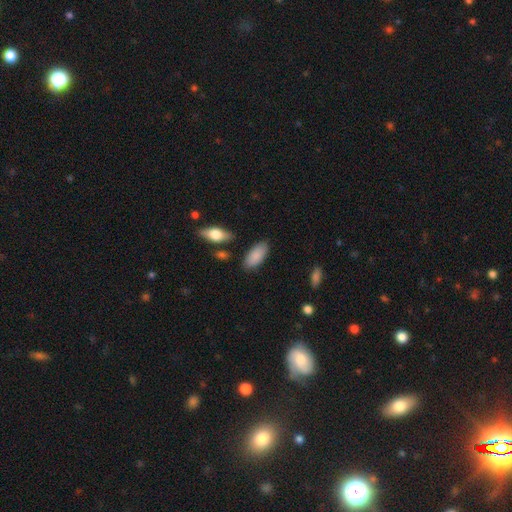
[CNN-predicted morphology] A smooth galaxy with no disk features (86%) that is in between round and cigar-shaped (89%).

Vote fractions:
- Smooth or featured? smooth: 86% / featured or disk: 8% / star or artifact: 6%
- How rounded? in between: 89% / cigar-shaped: 9% / round: 2%
- Merging? none: 82% / minor disturbance: 12% / merger: 3% / major disturbance: 3%